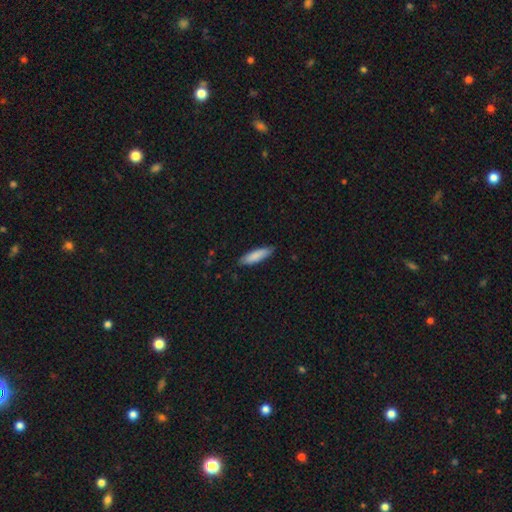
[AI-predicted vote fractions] A smooth galaxy with no disk features (85%) that is cigar-shaped (62%). Merging: none (84%).